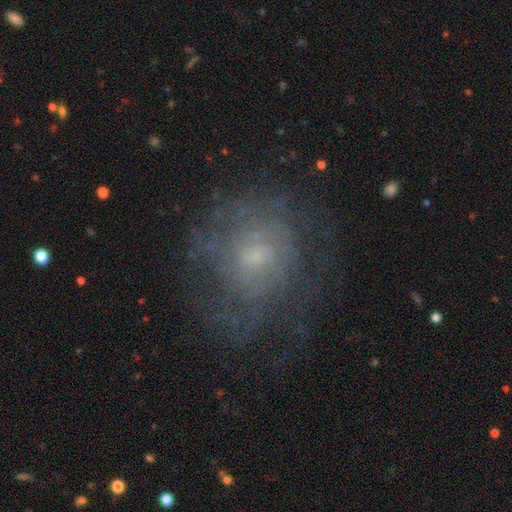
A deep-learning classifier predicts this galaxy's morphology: The model was most divided on "bulge size": small: 63%, moderate: 27%, none: 6%, large: 2%, dominant: 1%. More confident: edge-on disk — no (97%); bar — no (73%); spiral arms — yes (71%); merging — none (66%); smooth or featured — featured or disk (62%).